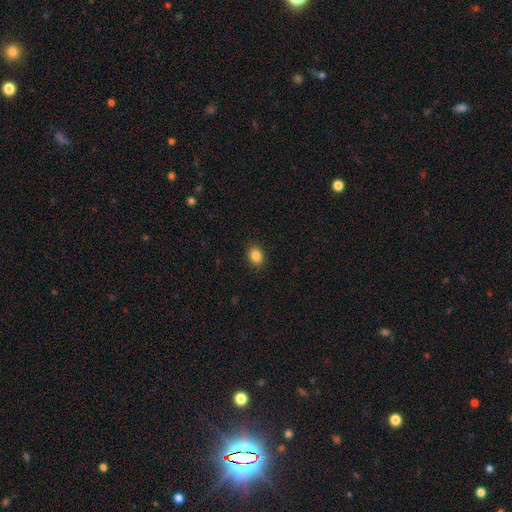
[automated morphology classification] Q: Smooth or featured?
A: smooth (86%); runner-up: star or artifact (9%)
Q: How rounded?
A: in between (61%); runner-up: round (38%)
Q: Merging?
A: none (90%); runner-up: minor disturbance (7%)